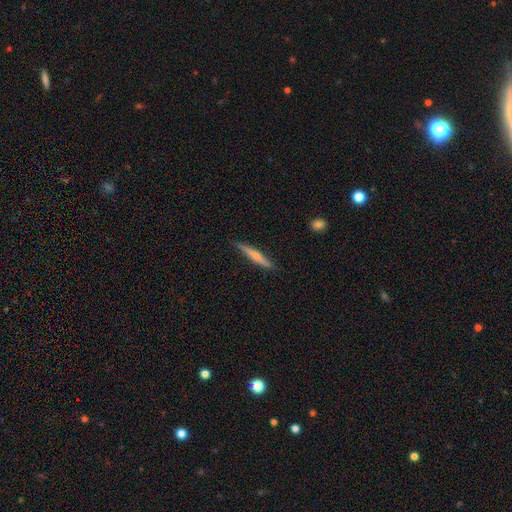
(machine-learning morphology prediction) smooth_or_featured: featured or disk (p=0.61) [alt: smooth p=0.33]
disk_edge_on: yes (p=0.96) [alt: no p=0.04]
edge_on_bulge: rounded (p=0.79) [alt: none p=0.16]
merging: none (p=0.87) [alt: minor disturbance p=0.11]